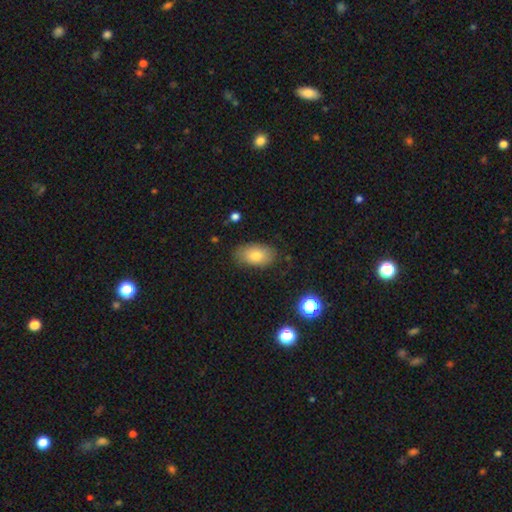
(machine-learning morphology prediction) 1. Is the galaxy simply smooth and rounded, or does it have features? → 77% smooth, 14% featured or disk, 9% star or artifact.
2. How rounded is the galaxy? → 90% in between, 8% round, 2% cigar-shaped.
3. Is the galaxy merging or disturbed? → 80% none, 16% minor disturbance, 3% major disturbance, 1% merger.